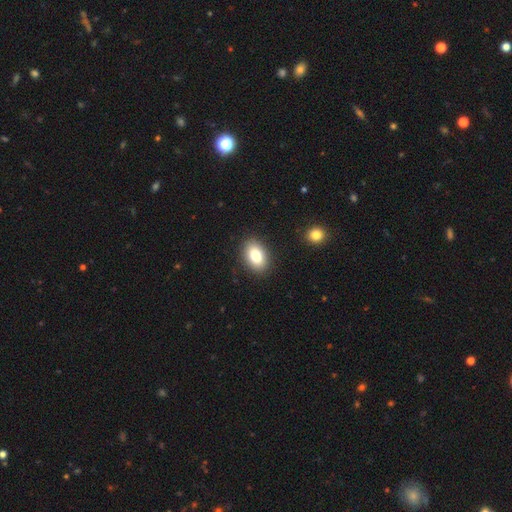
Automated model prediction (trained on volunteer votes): A smooth galaxy with no disk features (82%) that is in between round and cigar-shaped (85%).

Vote fractions:
- Smooth or featured? smooth: 82% / featured or disk: 10% / star or artifact: 8%
- How rounded? in between: 85% / round: 14% / cigar-shaped: 1%
- Merging? none: 89% / minor disturbance: 8% / major disturbance: 2% / merger: 1%